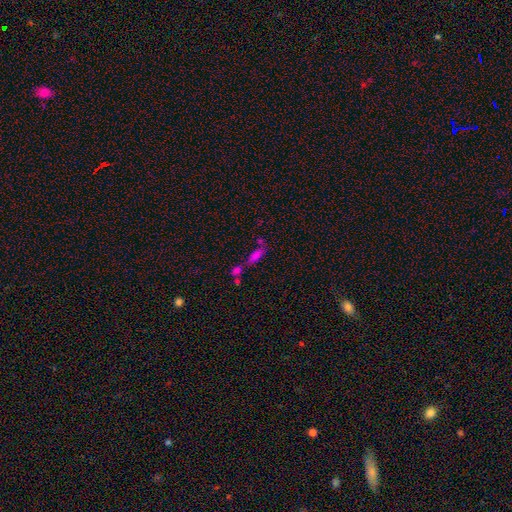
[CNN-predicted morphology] Smooth or featured?
  - smooth: 70% *
  - star or artifact: 16%
  - featured or disk: 14%
How rounded?
  - in between: 52% *
  - cigar-shaped: 44%
  - round: 4%
Merging?
  - merger: 49% *
  - none: 33%
  - minor disturbance: 11%
  - major disturbance: 7%